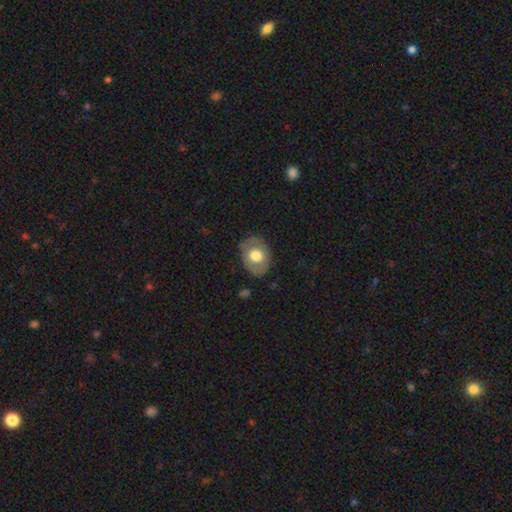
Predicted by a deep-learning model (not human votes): smooth 56%, featured or disk 38%, star or artifact 6%. Down the decision tree: how rounded — in between (64%); merging — none (78%).